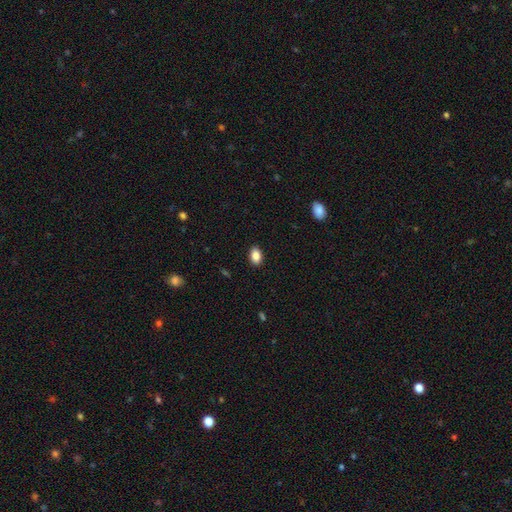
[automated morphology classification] smooth 88%, star or artifact 8%, featured or disk 4%. Down the decision tree: how rounded — in between (87%); merging — none (90%).